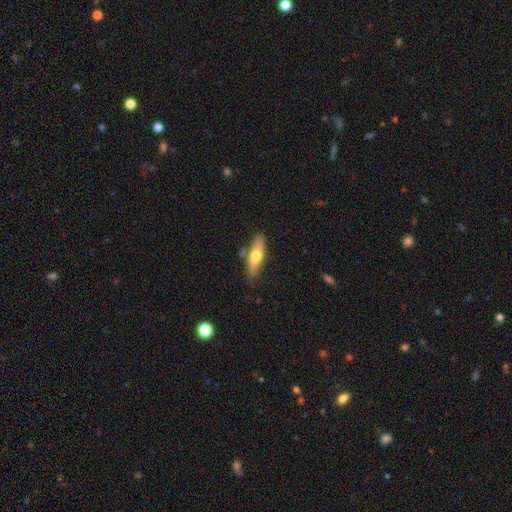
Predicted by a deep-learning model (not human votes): Smooth or featured? smooth (52%)
How rounded? cigar-shaped (56%)
Merging? none (76%)